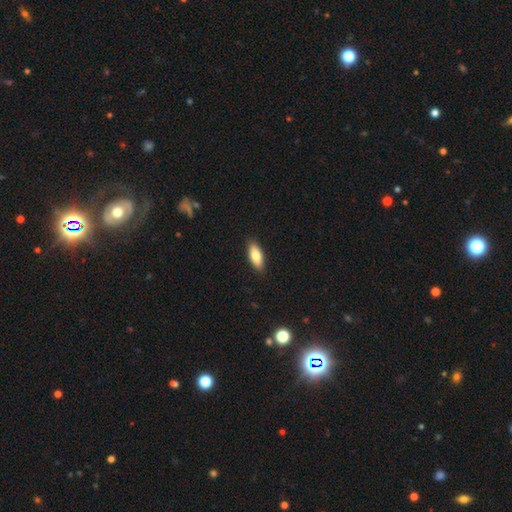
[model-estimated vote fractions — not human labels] Overall: smooth (81%). How rounded: in between (76%). Merging: none (89%).